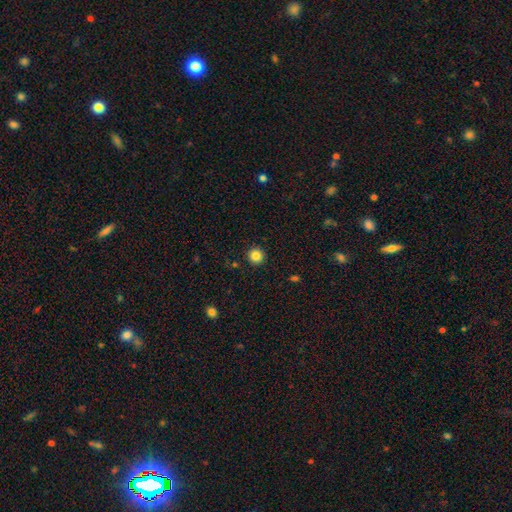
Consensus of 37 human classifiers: Volunteers were most divided on "how rounded": round: 91%, in between: 9%, cigar-shaped: 0%. More confident: smooth or featured — smooth (92%); merging — none (92%).